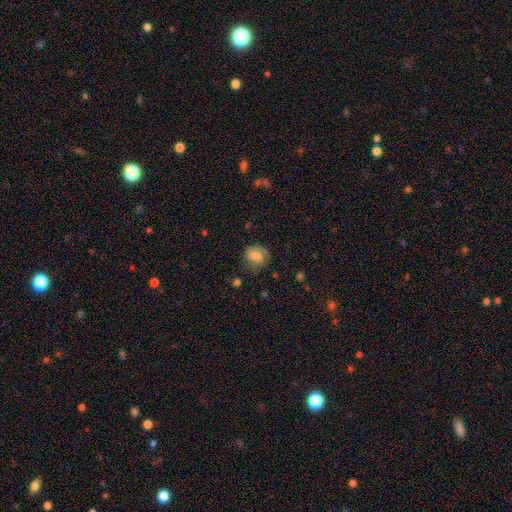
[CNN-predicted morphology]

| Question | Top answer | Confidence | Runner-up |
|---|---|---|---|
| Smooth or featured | smooth | 71% | featured or disk (20%) |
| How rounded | round | 59% | in between (40%) |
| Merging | none | 60% | minor disturbance (26%) |